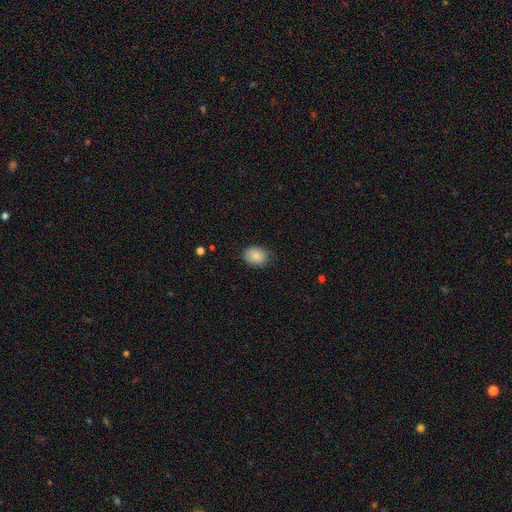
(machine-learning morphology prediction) smooth-or-featured: smooth: 87% | star or artifact: 7% | featured or disk: 6%
  how-rounded: in between: 68% | round: 31% | cigar-shaped: 1%
  merging: none: 76% | minor disturbance: 19% | major disturbance: 4% | merger: 1%